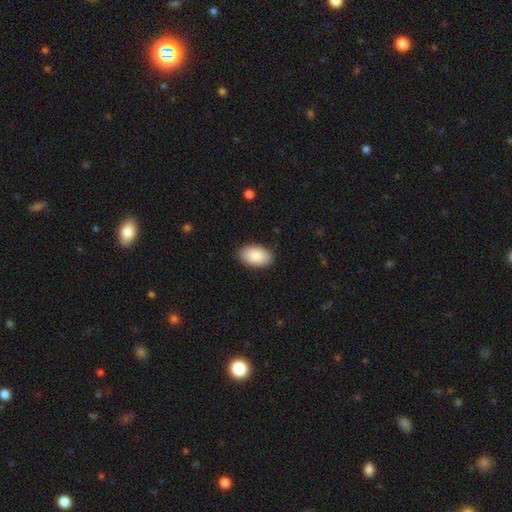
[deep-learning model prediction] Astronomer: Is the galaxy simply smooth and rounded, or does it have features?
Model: smooth — 87%.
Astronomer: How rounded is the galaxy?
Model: in between — 94%.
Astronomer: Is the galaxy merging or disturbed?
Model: none — 89%.